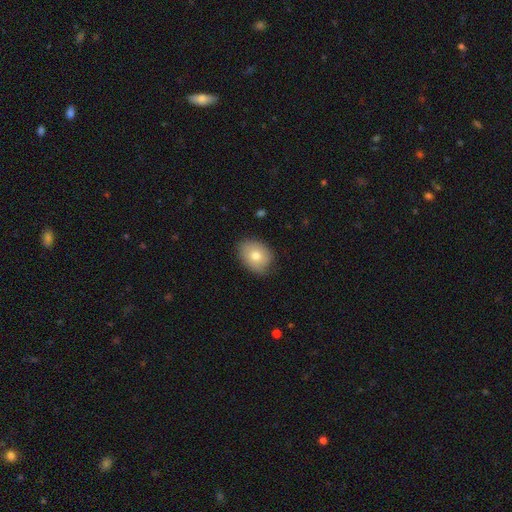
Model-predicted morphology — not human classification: smooth-or-featured: smooth: 75% | featured or disk: 17% | star or artifact: 8%
  how-rounded: in between: 63% | round: 36% | cigar-shaped: 1%
  merging: none: 78% | minor disturbance: 18% | major disturbance: 3% | merger: 1%